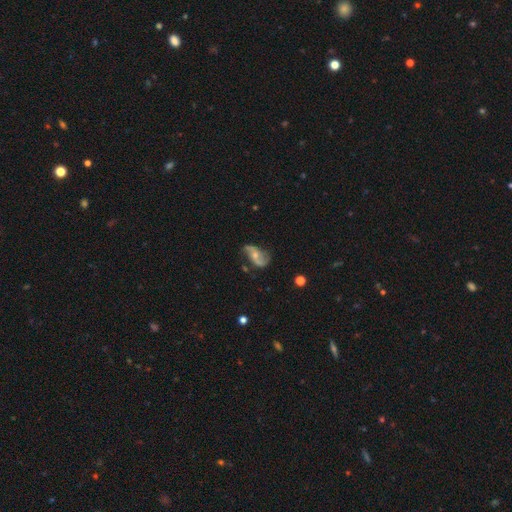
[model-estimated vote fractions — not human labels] This appears to be a featured or disk galaxy (83%) with no bar (55%), 2 (91%) loose (70%) spiral arms (94%) and a small central bulge (53%). Merging: none (66%).